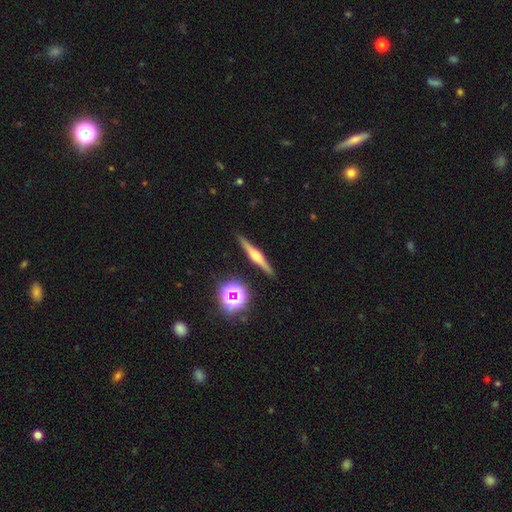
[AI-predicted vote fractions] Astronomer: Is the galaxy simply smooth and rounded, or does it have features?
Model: featured or disk — 69%.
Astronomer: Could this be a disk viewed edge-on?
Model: yes — 98%.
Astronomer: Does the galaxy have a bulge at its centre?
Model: rounded — 85%.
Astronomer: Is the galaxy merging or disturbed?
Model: none — 91%.